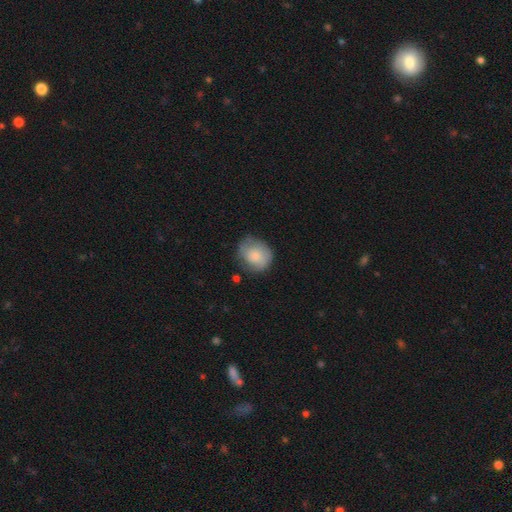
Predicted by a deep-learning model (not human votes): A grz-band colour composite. It shows a smooth galaxy with no disk features (75%) that is round (70%). Merging: none (62%).